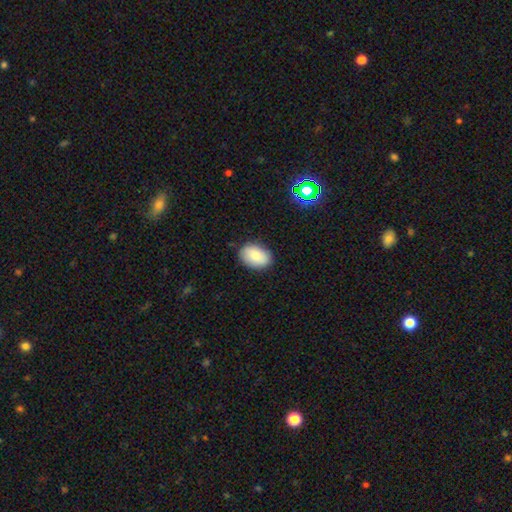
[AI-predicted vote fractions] Smooth or featured?
  - smooth: 85% *
  - featured or disk: 8%
  - star or artifact: 7%
How rounded?
  - in between: 84% *
  - round: 15%
  - cigar-shaped: 1%
Merging?
  - none: 84% *
  - minor disturbance: 12%
  - major disturbance: 2%
  - merger: 1%